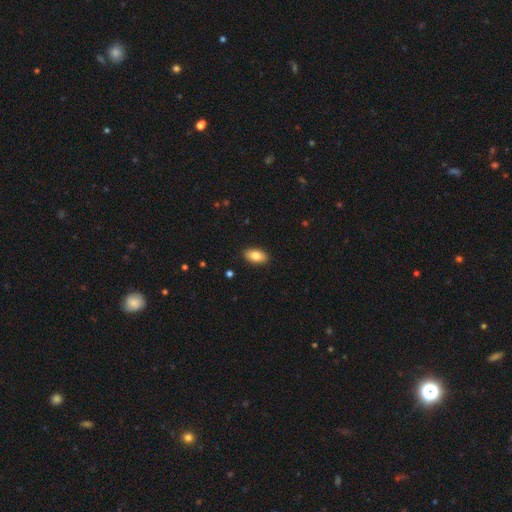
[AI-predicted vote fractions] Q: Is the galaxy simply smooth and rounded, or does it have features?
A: smooth — 83%.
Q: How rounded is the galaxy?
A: in between — 93%.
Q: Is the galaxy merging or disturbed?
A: none — 90%.